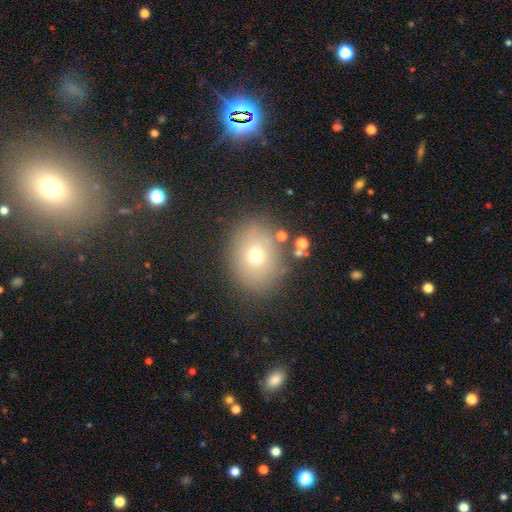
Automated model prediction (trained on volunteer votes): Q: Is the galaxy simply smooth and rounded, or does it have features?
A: smooth — 67%.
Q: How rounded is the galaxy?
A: in between — 54%.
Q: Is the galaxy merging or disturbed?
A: none — 82%.